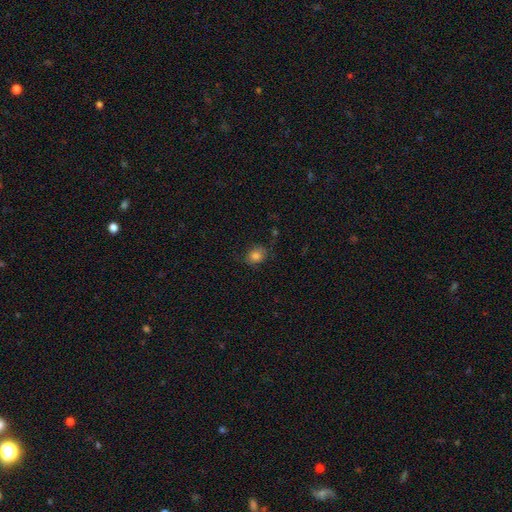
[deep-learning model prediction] Smooth or featured?
  - smooth: 83% *
  - star or artifact: 11%
  - featured or disk: 6%
How rounded?
  - round: 62% *
  - in between: 37%
  - cigar-shaped: 1%
Merging?
  - none: 75% *
  - minor disturbance: 19%
  - major disturbance: 5%
  - merger: 2%